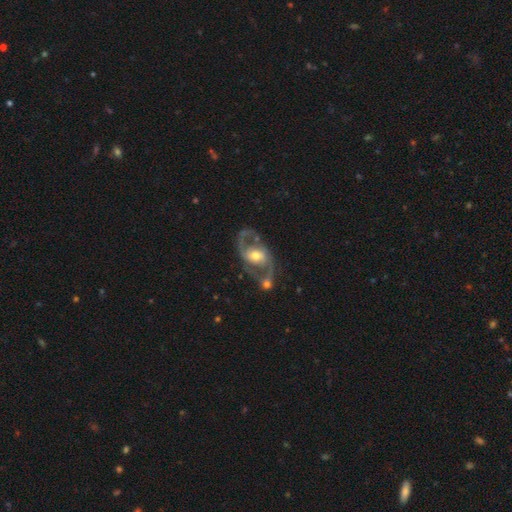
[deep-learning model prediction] Smooth or featured? Predicted: featured or disk (p=0.87). Edge-on disk? Predicted: no (p=0.97). Bar? Predicted: no (p=0.43). Spiral arms? Predicted: yes (p=0.92). Spiral winding? Predicted: medium (p=0.51). Spiral arm count? Predicted: 2 (p=0.92). Bulge size? Predicted: moderate (p=0.67). Merging? Predicted: none (p=0.59).